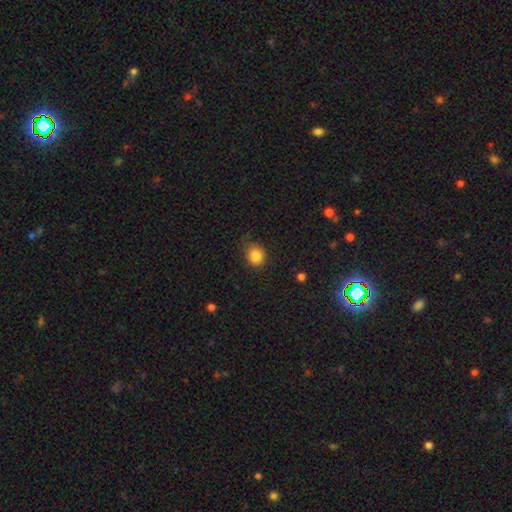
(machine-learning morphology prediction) Smooth or featured: smooth — 84% (star or artifact — 10%)
How rounded: round — 76% (in between — 23%)
Merging: none — 75% (minor disturbance — 19%)